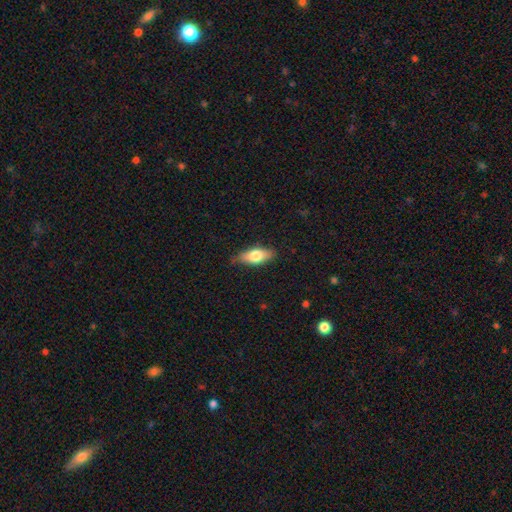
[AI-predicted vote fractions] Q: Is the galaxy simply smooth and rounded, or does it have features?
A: smooth — 71%.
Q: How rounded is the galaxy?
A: in between — 79%.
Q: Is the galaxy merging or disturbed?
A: none — 81%.